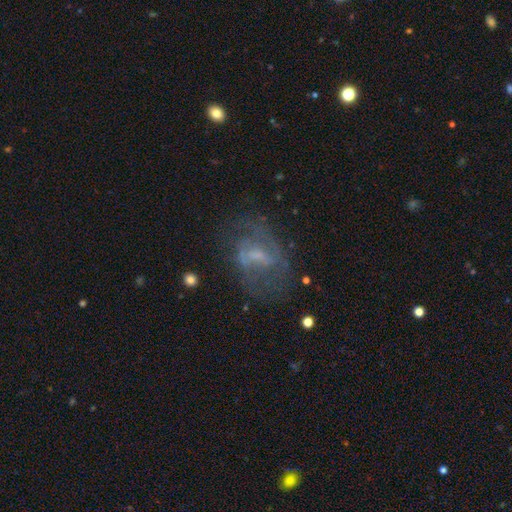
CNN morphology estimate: A featured or disk galaxy (65%) with a weak bar (50%), spiral arms (65%) and a small central bulge (39%). Merging: none (54%).